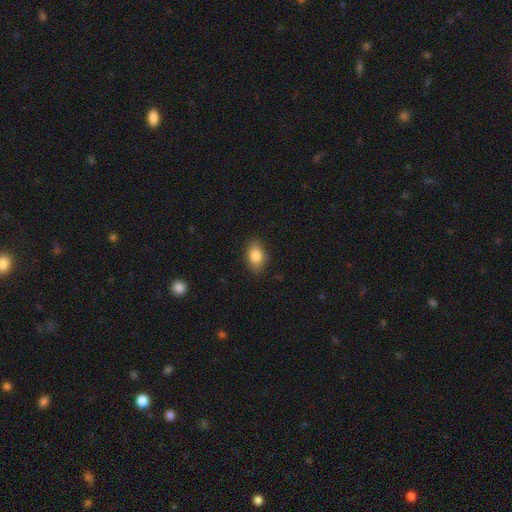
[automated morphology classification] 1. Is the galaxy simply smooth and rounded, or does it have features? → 84% smooth, 8% featured or disk, 8% star or artifact.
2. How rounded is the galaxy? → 87% in between, 10% round, 3% cigar-shaped.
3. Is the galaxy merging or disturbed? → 86% none, 11% minor disturbance, 2% major disturbance, 1% merger.